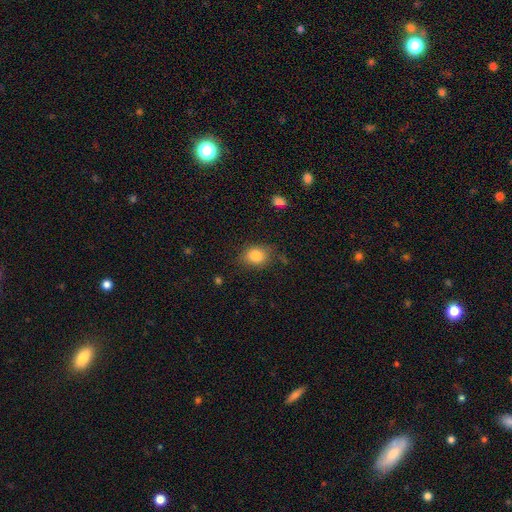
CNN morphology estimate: type=smooth (83%); roundness=round (55%); merging=none (77%).